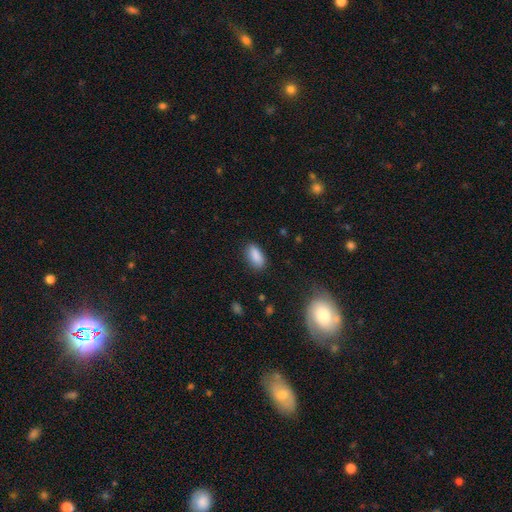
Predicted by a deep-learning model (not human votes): smooth_or_featured: smooth (p=0.88) [alt: star or artifact p=0.08]
how_rounded: in between (p=0.89) [alt: cigar-shaped p=0.08]
merging: none (p=0.85) [alt: minor disturbance p=0.11]